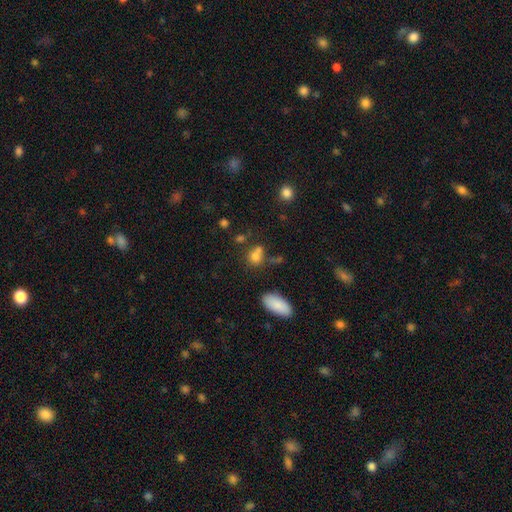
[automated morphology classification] smooth 76%, star or artifact 13%, featured or disk 10%. Down the decision tree: how rounded — round (55%); merging — none (49%).